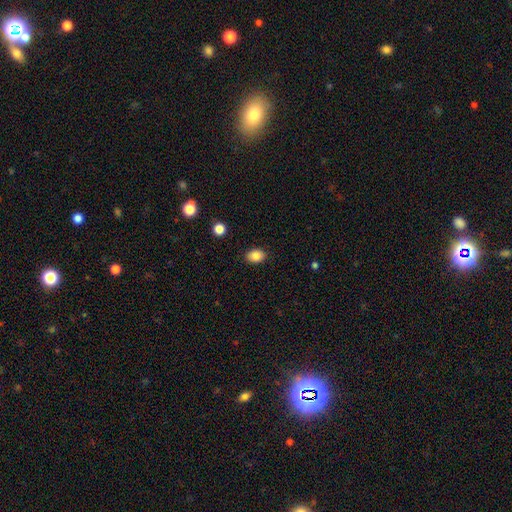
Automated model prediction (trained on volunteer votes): Smooth or featured: smooth — 86% (star or artifact — 9%)
How rounded: in between — 73% (round — 26%)
Merging: none — 89% (minor disturbance — 8%)